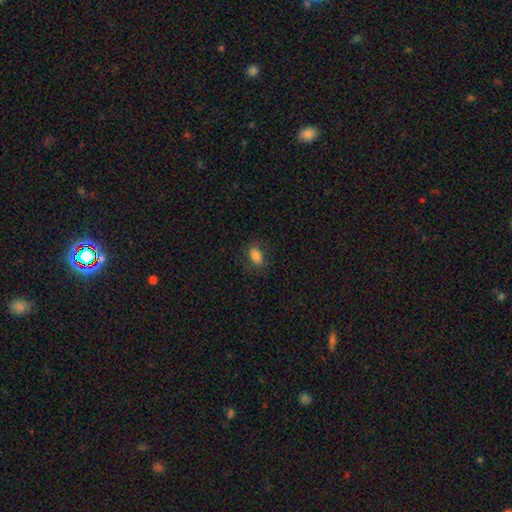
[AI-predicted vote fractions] smooth-or-featured: smooth: 82% | star or artifact: 10% | featured or disk: 8%
  how-rounded: in between: 87% | round: 10% | cigar-shaped: 3%
  merging: none: 81% | minor disturbance: 14% | major disturbance: 4% | merger: 1%